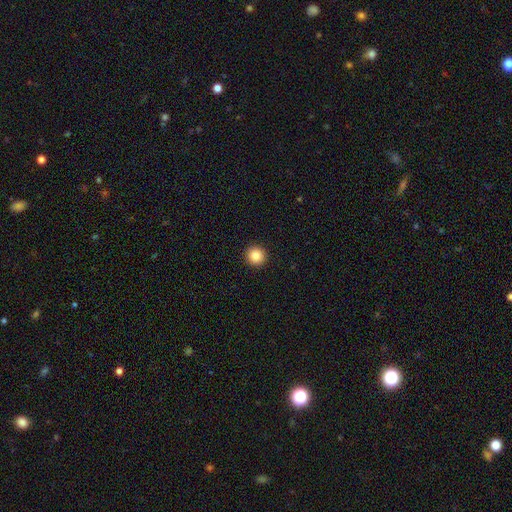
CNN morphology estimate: This is clearly a smooth galaxy (86%). How rounded: clearly round (95%). Merging: clearly none (93%).